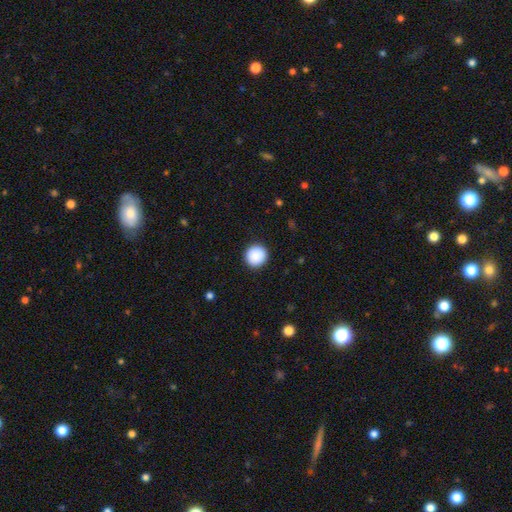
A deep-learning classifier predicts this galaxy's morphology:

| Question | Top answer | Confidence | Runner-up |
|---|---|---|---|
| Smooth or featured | smooth | 90% | star or artifact (7%) |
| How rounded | round | 94% | in between (5%) |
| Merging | none | 92% | minor disturbance (5%) |